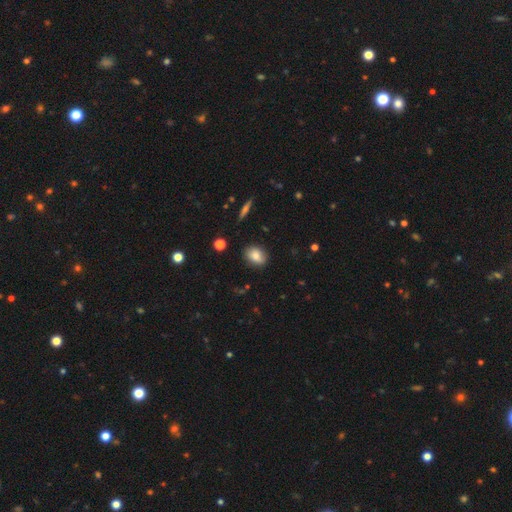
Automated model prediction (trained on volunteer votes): Smooth or featured? Predicted: smooth (p=0.80). How rounded? Predicted: in between (p=0.65). Merging? Predicted: none (p=0.84).